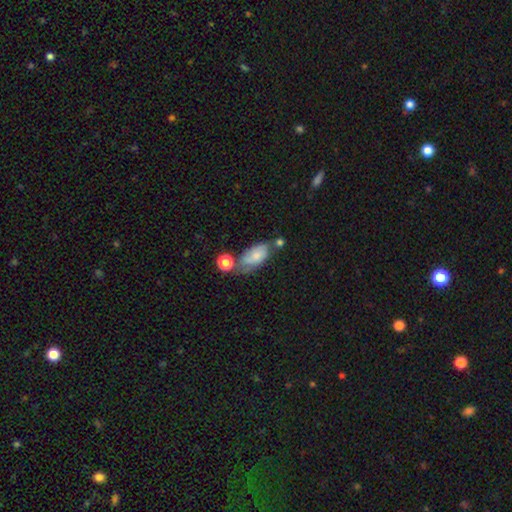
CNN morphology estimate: smooth_or_featured: smooth (p=0.70) [alt: featured or disk p=0.22]
how_rounded: in between (p=0.90) [alt: cigar-shaped p=0.05]
merging: none (p=0.43) [alt: minor disturbance p=0.27]